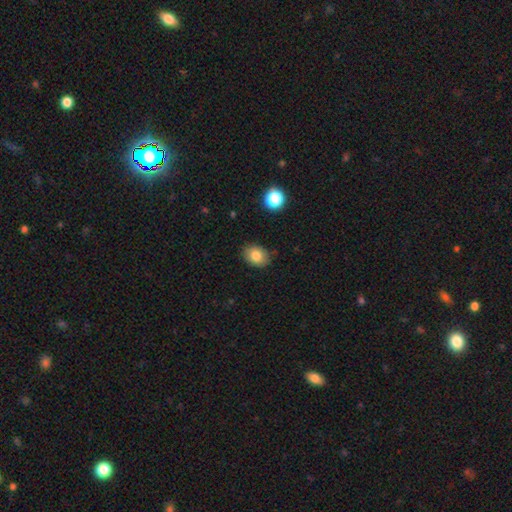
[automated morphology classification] Q: Smooth or featured?
A: smooth (82%); runner-up: star or artifact (9%)
Q: How rounded?
A: in between (67%); runner-up: round (32%)
Q: Merging?
A: none (84%); runner-up: minor disturbance (12%)